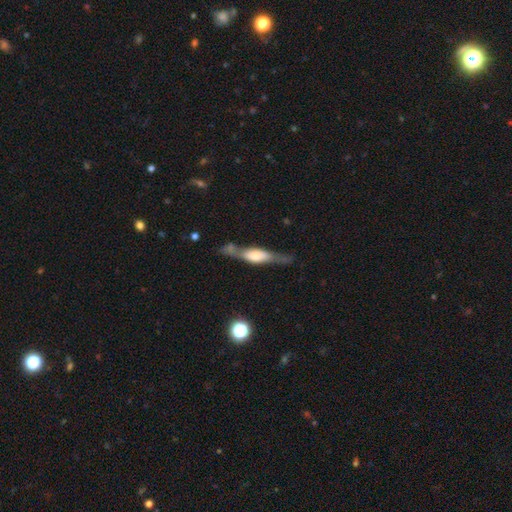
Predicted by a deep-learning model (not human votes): Smooth or featured? Predicted: featured or disk (p=0.66). Edge-on disk? Predicted: yes (p=0.87). Edge-on bulge? Predicted: rounded (p=0.69). Merging? Predicted: none (p=0.62).